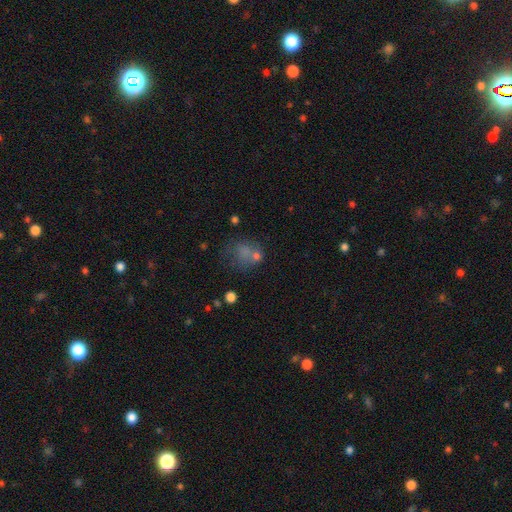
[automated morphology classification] Smooth or featured? smooth (50%)
Merging? none (54%)